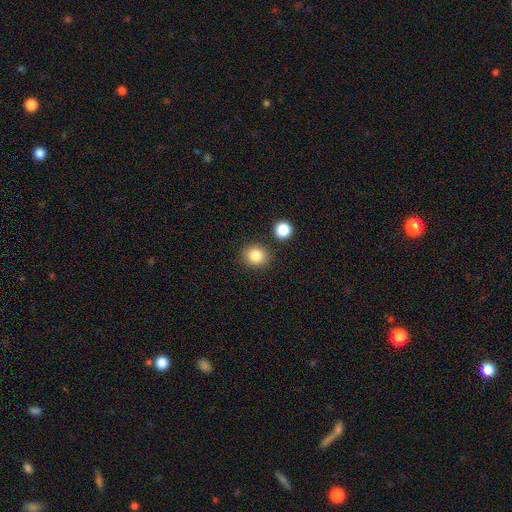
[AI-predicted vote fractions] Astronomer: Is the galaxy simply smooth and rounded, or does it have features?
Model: smooth — 84%.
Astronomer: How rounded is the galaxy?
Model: round — 87%.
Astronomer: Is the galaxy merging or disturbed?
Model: none — 85%.